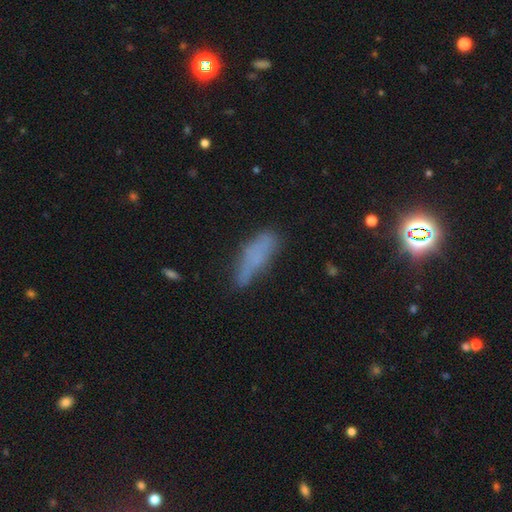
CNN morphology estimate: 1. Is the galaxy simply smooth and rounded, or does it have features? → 65% smooth, 21% featured or disk, 14% star or artifact.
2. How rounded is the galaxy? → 55% cigar-shaped, 43% in between, 3% round.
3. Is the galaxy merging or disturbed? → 53% none, 29% minor disturbance, 13% major disturbance, 4% merger.